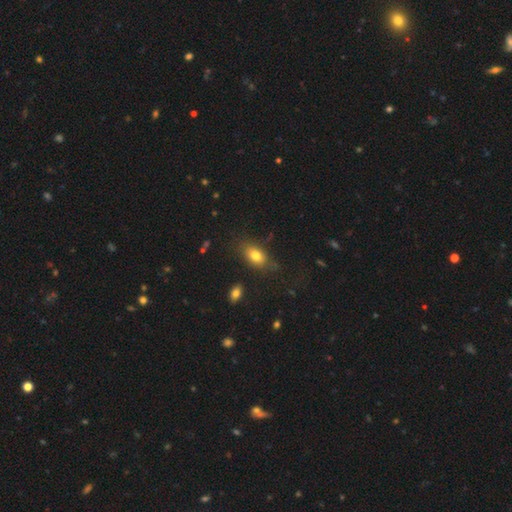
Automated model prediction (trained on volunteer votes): The model was most divided on "merging": none: 73%, minor disturbance: 18%, major disturbance: 6%, merger: 2%. More confident: how rounded — in between (82%); smooth or featured — smooth (77%).